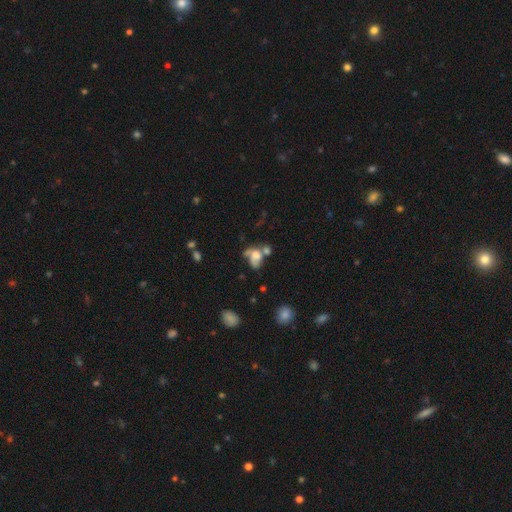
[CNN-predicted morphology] Q: Smooth or featured?
A: smooth (50%); runner-up: featured or disk (37%)
Q: Merging?
A: merger (42%); runner-up: major disturbance (24%)